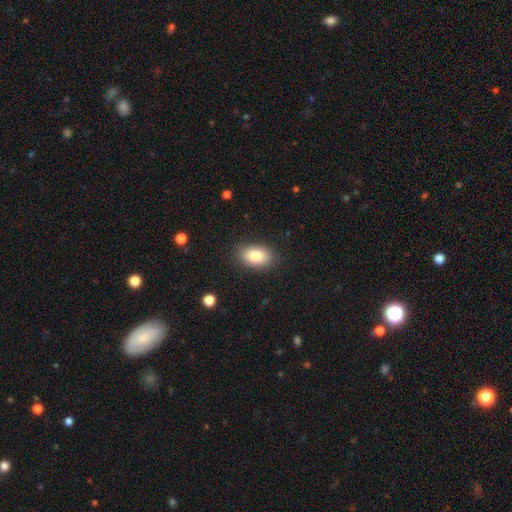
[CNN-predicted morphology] A smooth galaxy with no disk features (84%) that is in between round and cigar-shaped (89%).

Vote fractions:
- Smooth or featured? smooth: 84% / featured or disk: 9% / star or artifact: 8%
- How rounded? in between: 89% / round: 9% / cigar-shaped: 2%
- Merging? none: 85% / minor disturbance: 11% / major disturbance: 3% / merger: 1%